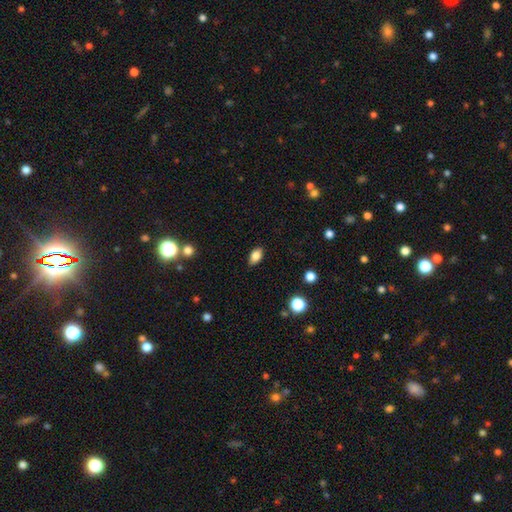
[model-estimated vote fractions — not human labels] The model was most divided on "smooth or featured": smooth: 82%, star or artifact: 9%, featured or disk: 9%. More confident: how rounded — in between (88%); merging — none (86%).